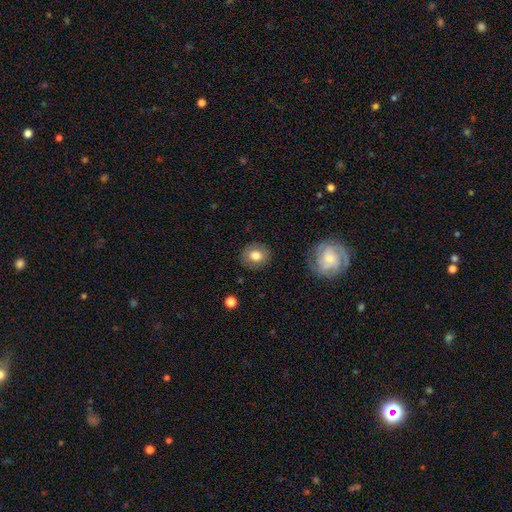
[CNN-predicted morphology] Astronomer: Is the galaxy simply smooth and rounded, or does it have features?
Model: smooth — 77%.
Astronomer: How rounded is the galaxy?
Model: round — 74%.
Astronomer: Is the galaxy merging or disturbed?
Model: none — 86%.